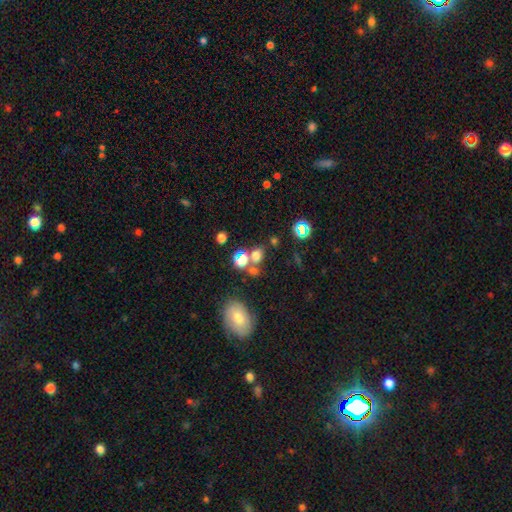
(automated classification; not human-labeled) smooth 68%, star or artifact 22%, featured or disk 9%. Down the decision tree: how rounded — round (61%); merging — none (56%).